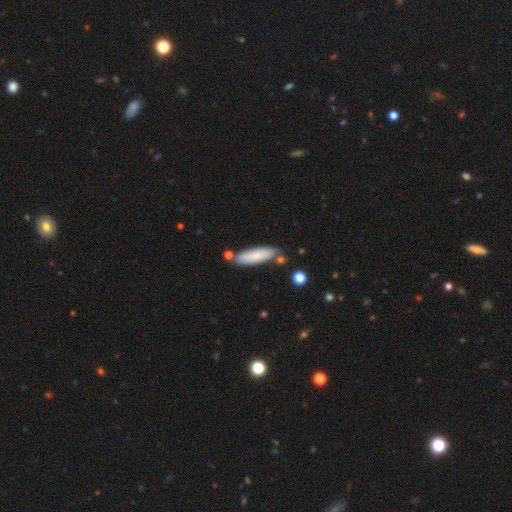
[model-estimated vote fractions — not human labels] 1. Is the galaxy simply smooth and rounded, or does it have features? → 80% smooth, 14% featured or disk, 6% star or artifact.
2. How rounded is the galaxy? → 64% cigar-shaped, 34% in between, 2% round.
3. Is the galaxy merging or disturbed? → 77% none, 13% minor disturbance, 7% merger, 3% major disturbance.